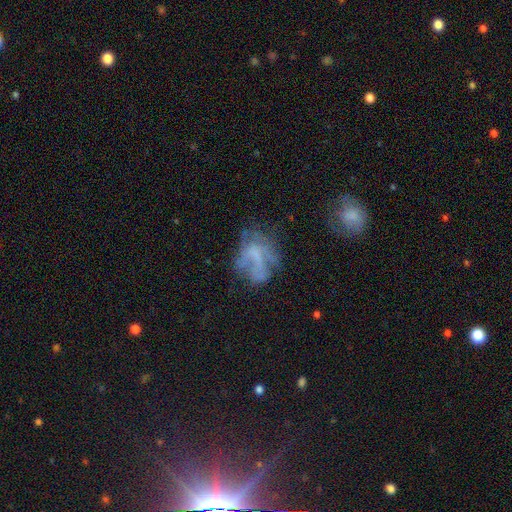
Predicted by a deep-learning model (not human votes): A featured or disk galaxy (45%). Merging: none (42%).